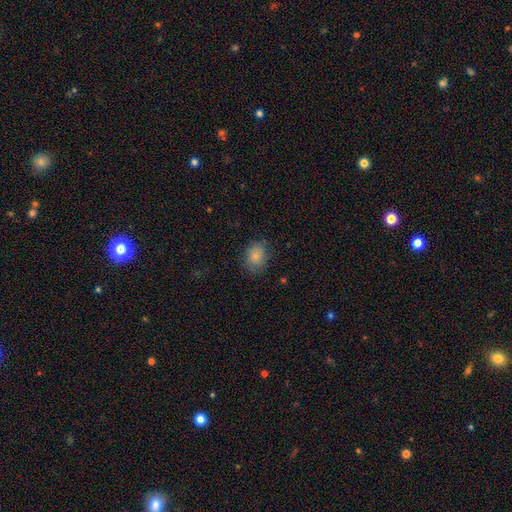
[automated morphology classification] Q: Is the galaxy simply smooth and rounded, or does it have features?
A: smooth — 84%.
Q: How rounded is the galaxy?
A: in between — 60%.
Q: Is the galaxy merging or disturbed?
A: none — 78%.